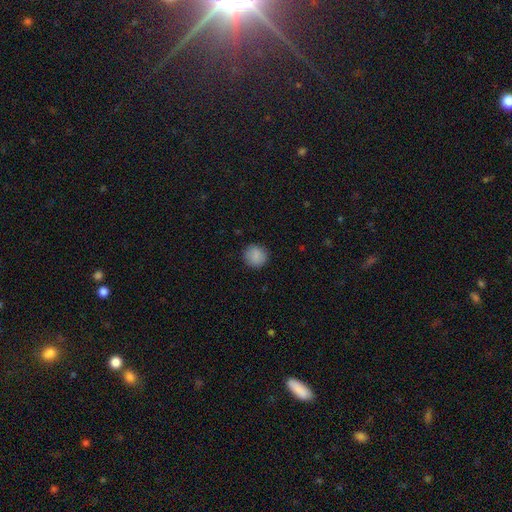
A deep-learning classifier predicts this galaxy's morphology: smooth 88%, star or artifact 8%, featured or disk 4%. Down the decision tree: how rounded — round (94%); merging — none (90%).